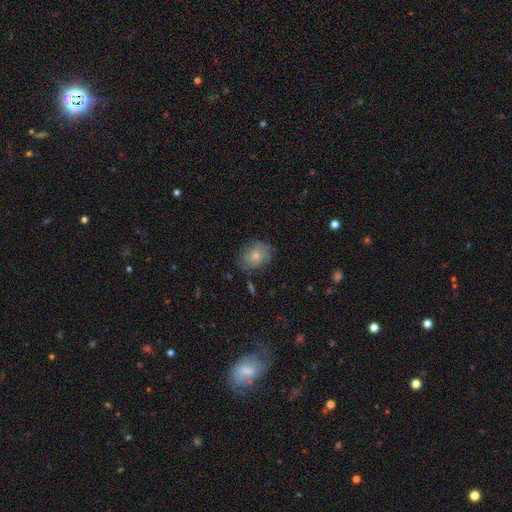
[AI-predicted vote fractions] Smooth or featured? Predicted: smooth (p=0.71). How rounded? Predicted: in between (p=0.52). Merging? Predicted: none (p=0.74).